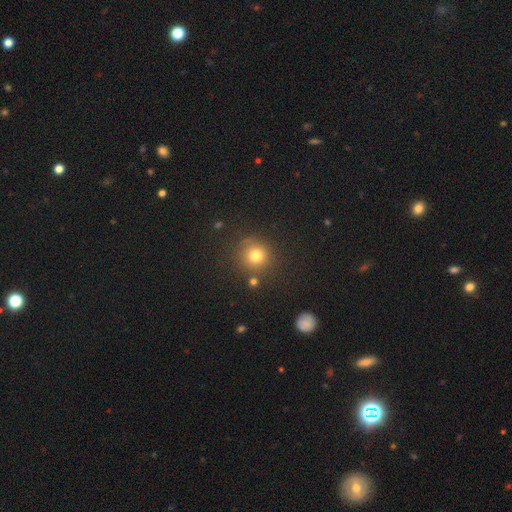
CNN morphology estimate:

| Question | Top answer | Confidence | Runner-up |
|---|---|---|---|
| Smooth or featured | smooth | 76% | star or artifact (17%) |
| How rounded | round | 93% | in between (6%) |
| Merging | none | 83% | minor disturbance (9%) |